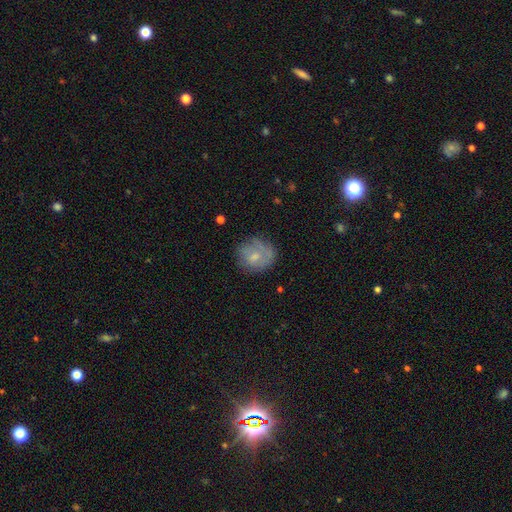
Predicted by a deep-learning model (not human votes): This appears to be a smooth galaxy with no disk features (60%) that is round (76%). Merging: none (65%).